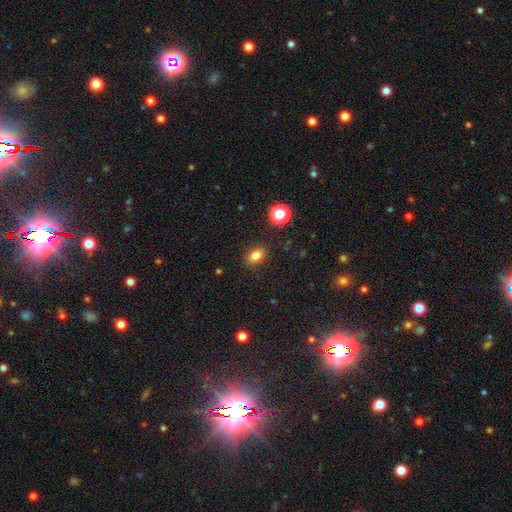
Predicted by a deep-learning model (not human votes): Q: Smooth or featured?
A: smooth (80%); runner-up: star or artifact (13%)
Q: How rounded?
A: in between (75%); runner-up: round (23%)
Q: Merging?
A: none (87%); runner-up: minor disturbance (9%)